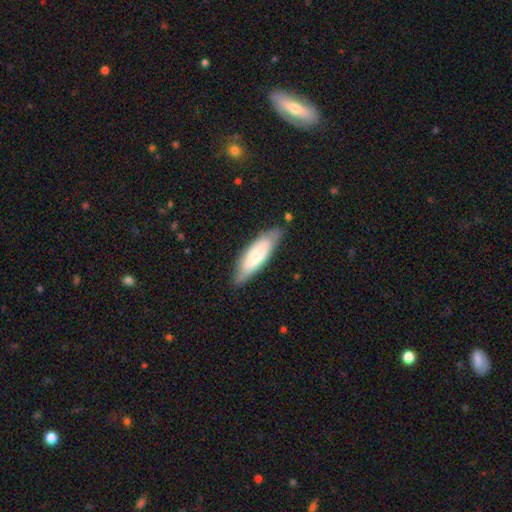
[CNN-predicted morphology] A smooth galaxy with no disk features (60%) that is in between round and cigar-shaped (51%). Merging: none (78%).